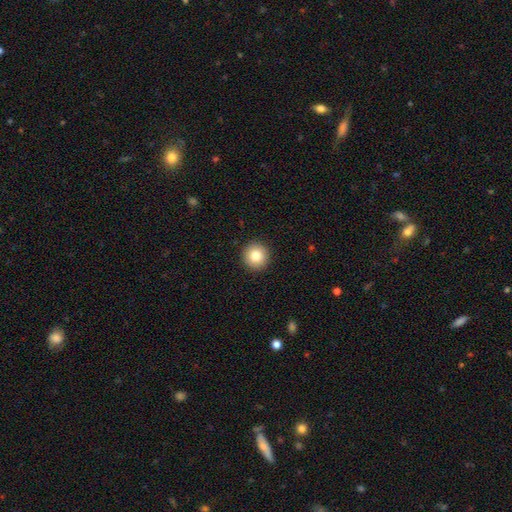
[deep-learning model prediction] smooth-or-featured: smooth: 84% | star or artifact: 9% | featured or disk: 7%
  how-rounded: round: 95% | in between: 4% | cigar-shaped: 1%
  merging: none: 93% | minor disturbance: 5% | major disturbance: 2% | merger: 1%